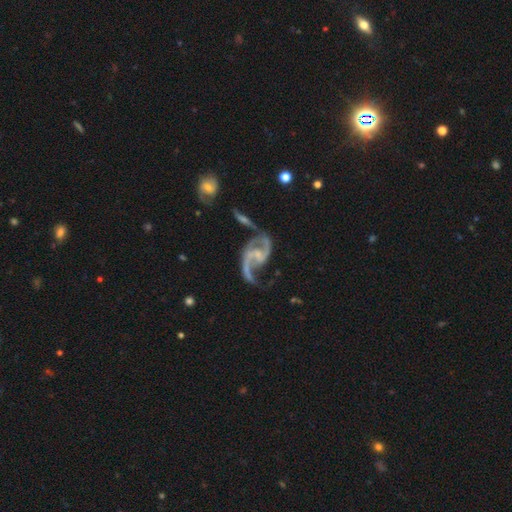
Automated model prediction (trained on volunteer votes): Smooth or featured?
  - featured or disk: 91% *
  - star or artifact: 5%
  - smooth: 4%
Edge-on disk?
  - no: 98% *
  - yes: 2%
Bar?
  - weak: 43% *
  - no: 41%
  - strong: 16%
Spiral arms?
  - yes: 97% *
  - no: 3%
Spiral winding?
  - loose: 56% *
  - medium: 36%
  - tight: 7%
Spiral arm count?
  - 2: 90% *
  - 1: 4%
  - can't tell: 2%
  - 3: 2%
  - 4: 1%
  - more than 4: 1%
Bulge size?
  - small: 55% *
  - none: 28%
  - moderate: 15%
  - large: 2%
  - dominant: 1%
Merging?
  - none: 46% *
  - major disturbance: 21%
  - minor disturbance: 20%
  - merger: 14%